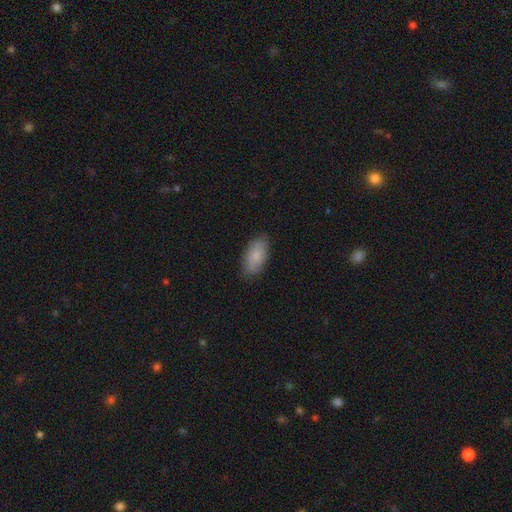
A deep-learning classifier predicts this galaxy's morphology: Q: Smooth or featured?
A: smooth (83%); runner-up: featured or disk (11%)
Q: How rounded?
A: in between (91%); runner-up: cigar-shaped (6%)
Q: Merging?
A: none (84%); runner-up: minor disturbance (12%)